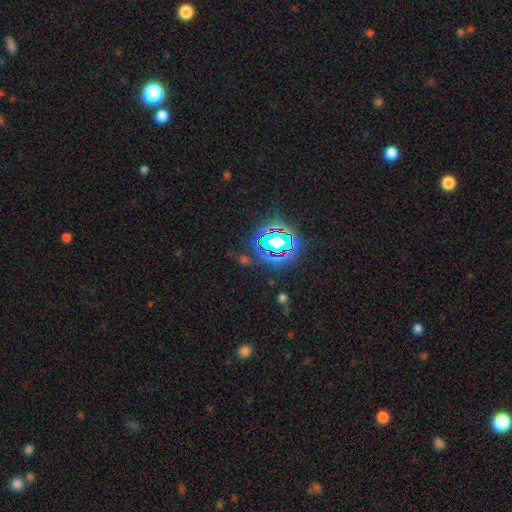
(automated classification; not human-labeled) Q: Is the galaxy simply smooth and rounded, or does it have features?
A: star or artifact — 81%.